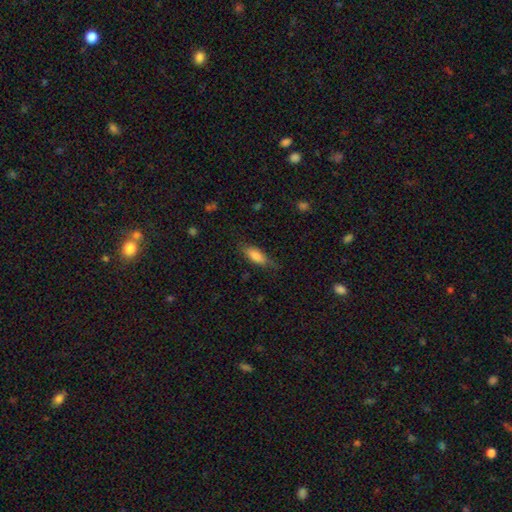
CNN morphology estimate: Smooth or featured? smooth (76%)
How rounded? in between (66%)
Merging? none (70%)